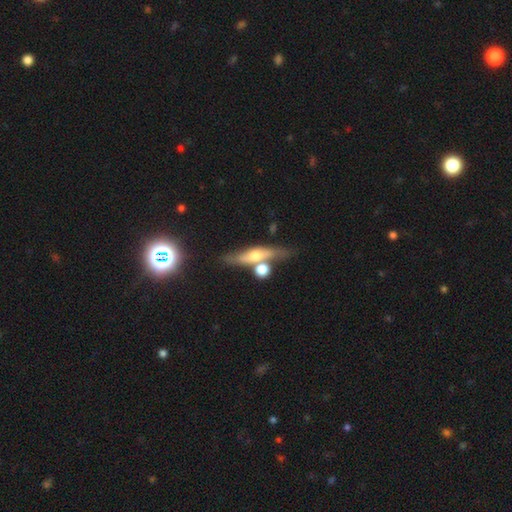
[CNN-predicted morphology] type=featured or disk (55%); edge-on=yes (80%); merging=none (59%).